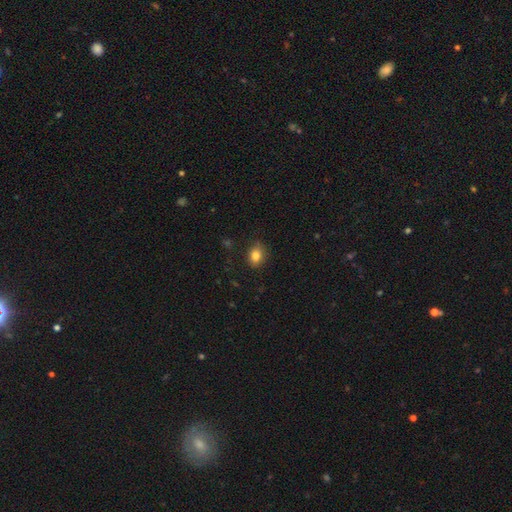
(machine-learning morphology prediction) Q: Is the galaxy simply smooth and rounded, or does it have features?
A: smooth — 82%.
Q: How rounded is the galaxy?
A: in between — 57%.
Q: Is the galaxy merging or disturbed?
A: none — 84%.